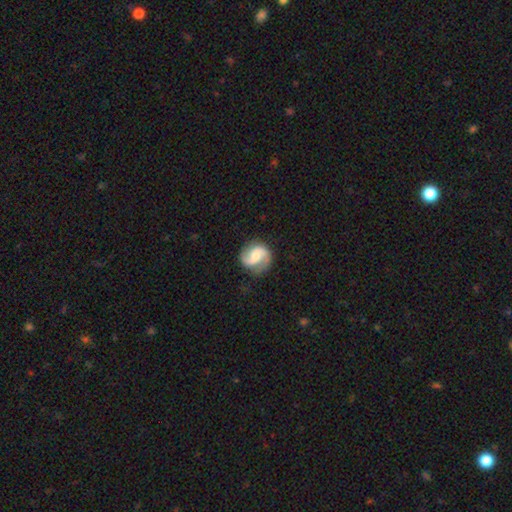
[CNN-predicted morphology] Smooth or featured: featured or disk — 84% (smooth — 11%)
Edge-on disk: no — 98% (yes — 2%)
Bar: no — 48% (weak — 40%)
Spiral arms: yes — 97% (no — 3%)
Spiral winding: medium — 52% (loose — 25%)
Spiral arm count: 2 — 91% (1 — 3%)
Bulge size: moderate — 48% (small — 37%)
Merging: none — 80% (minor disturbance — 14%)